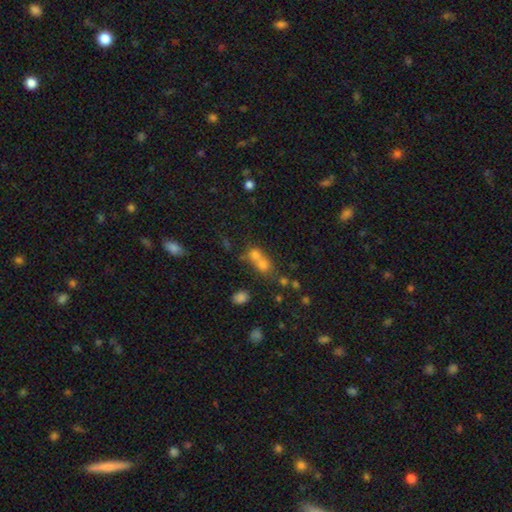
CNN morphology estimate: This appears to be a smooth galaxy with no disk features (65%) that is round (65%). Merging: merger (64%).